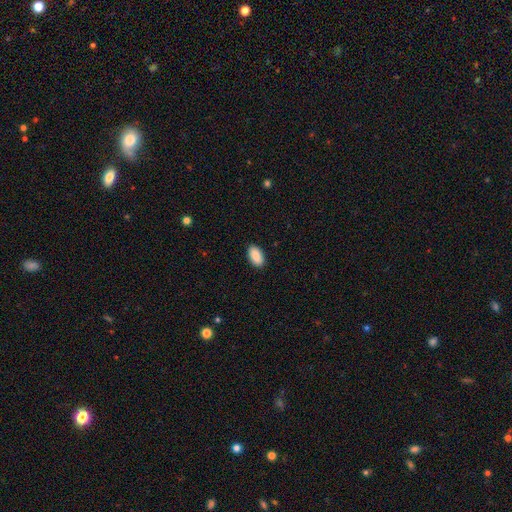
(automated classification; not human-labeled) smooth 90%, star or artifact 6%, featured or disk 4%. Down the decision tree: how rounded — in between (95%); merging — none (90%).